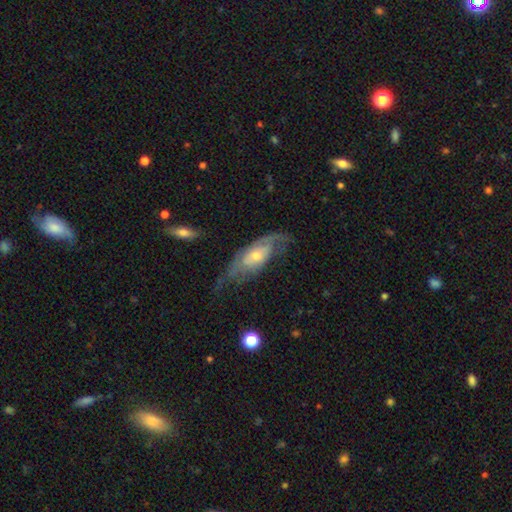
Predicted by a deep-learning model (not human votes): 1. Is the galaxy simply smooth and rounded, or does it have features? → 69% featured or disk, 24% smooth, 6% star or artifact.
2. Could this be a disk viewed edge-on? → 83% no, 17% yes.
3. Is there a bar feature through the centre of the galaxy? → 69% no, 25% weak, 6% strong.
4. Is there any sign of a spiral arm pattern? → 79% yes, 21% no.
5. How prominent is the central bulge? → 47% moderate, 45% small, 5% large, 3% none, 1% dominant.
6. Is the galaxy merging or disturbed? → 45% none, 28% minor disturbance, 25% major disturbance, 3% merger.